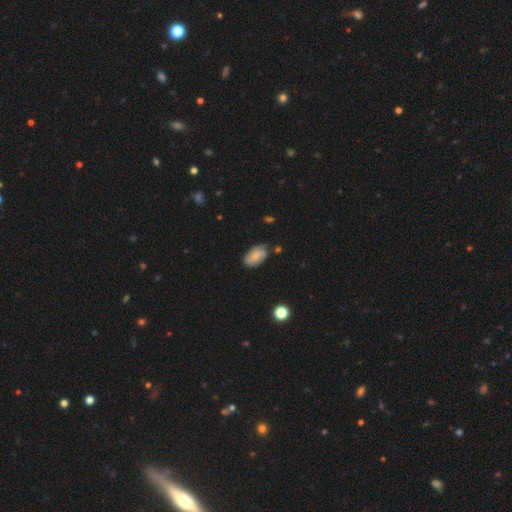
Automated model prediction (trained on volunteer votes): The model was most divided on "smooth or featured": smooth: 55%, featured or disk: 37%, star or artifact: 8%. More confident: how rounded — in between (92%); merging — none (67%).